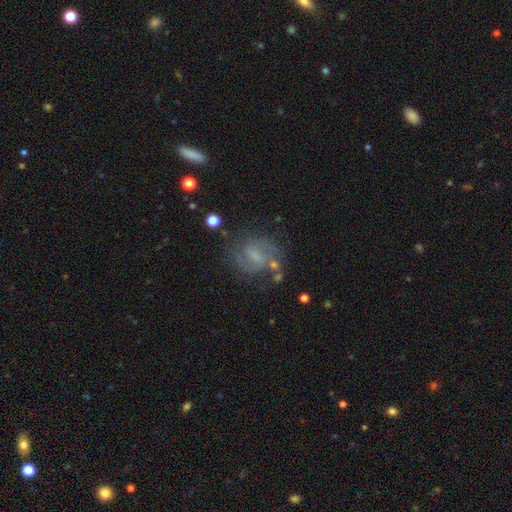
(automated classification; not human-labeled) This is likely a featured or disk galaxy (68%). It is clearly not viewed edge-on (97%). Bar: possibly weak (53%). Spiral arm pattern: clearly yes (85%). Spiral arm count: likely 2 (75%). Spiral winding: possibly medium (49%). Central bulge: marginally small (41%). Merging: likely none (63%).